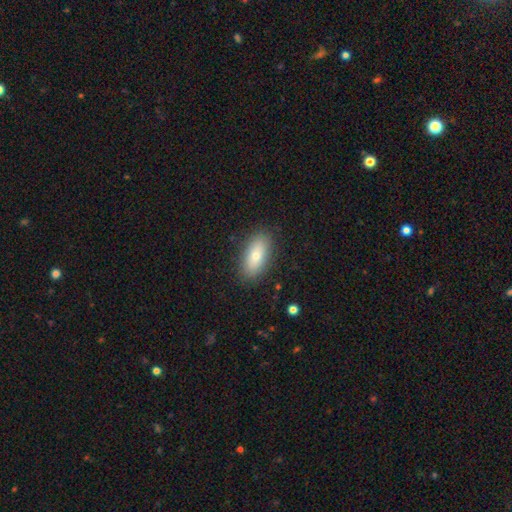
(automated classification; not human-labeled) The model was most divided on "smooth or featured": smooth: 75%, featured or disk: 17%, star or artifact: 7%. More confident: merging — none (87%); how rounded — in between (85%).